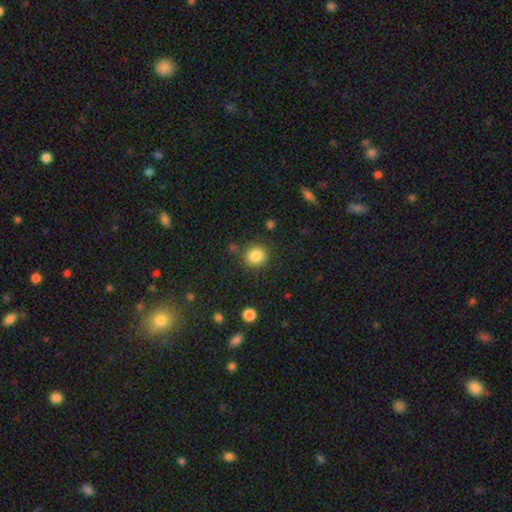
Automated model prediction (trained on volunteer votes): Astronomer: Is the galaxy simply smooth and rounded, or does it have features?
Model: smooth — 85%.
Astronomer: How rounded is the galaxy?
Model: round — 83%.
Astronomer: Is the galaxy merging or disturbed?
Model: none — 83%.